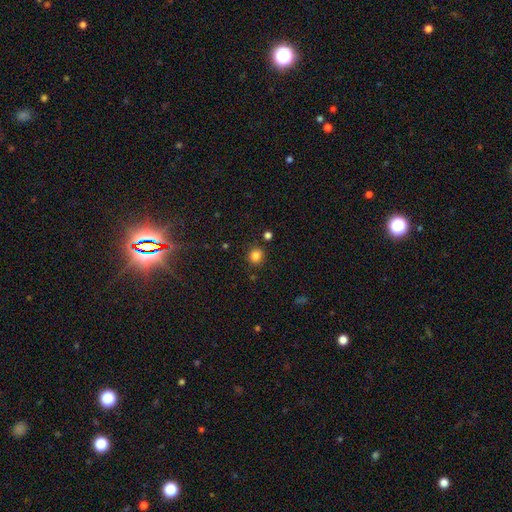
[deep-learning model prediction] smooth 83%, star or artifact 13%, featured or disk 4%. Down the decision tree: how rounded — round (86%); merging — none (86%).